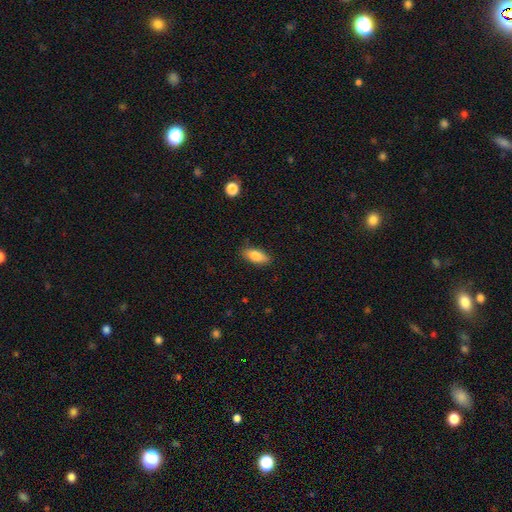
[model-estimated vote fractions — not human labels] Smooth or featured? Predicted: smooth (p=0.84). How rounded? Predicted: in between (p=0.85). Merging? Predicted: none (p=0.85).